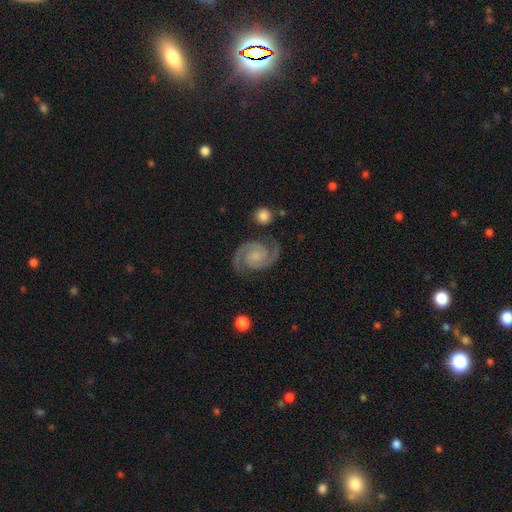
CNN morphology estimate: Q: Smooth or featured?
A: featured or disk (92%); runner-up: star or artifact (4%)
Q: Edge-on disk?
A: no (98%); runner-up: yes (2%)
Q: Bar?
A: no (63%); runner-up: weak (29%)
Q: Spiral arms?
A: yes (99%); runner-up: no (1%)
Q: Spiral winding?
A: tight (47%); runner-up: medium (46%)
Q: Spiral arm count?
A: 2 (94%); runner-up: can't tell (1%)
Q: Bulge size?
A: small (43%); runner-up: none (29%)
Q: Merging?
A: none (83%); runner-up: minor disturbance (12%)